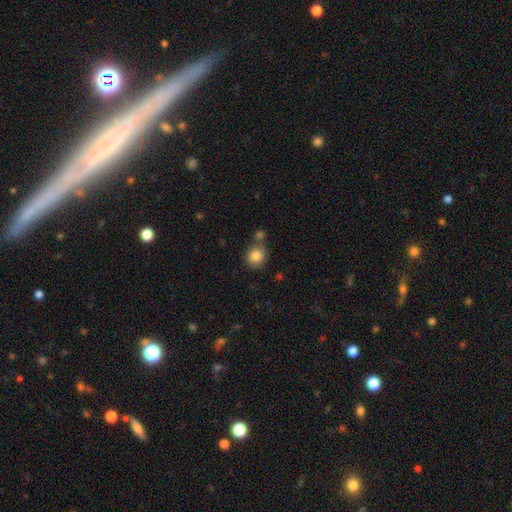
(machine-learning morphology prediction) A smooth galaxy with no disk features (85%) that is round (83%). Merging: none (68%).